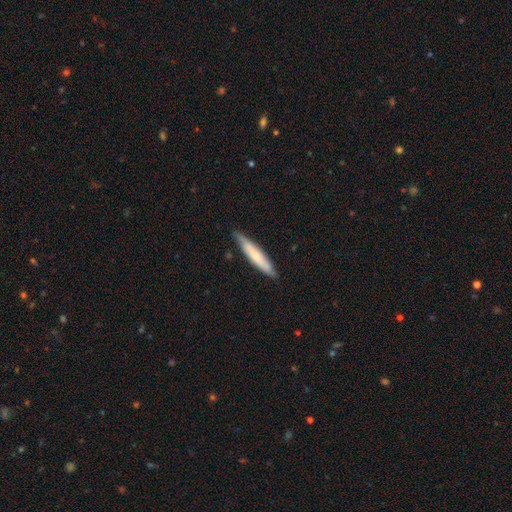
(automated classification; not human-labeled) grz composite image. It shows a smooth galaxy with no disk features (63%) that is cigar-shaped (90%). Merging: none (82%).